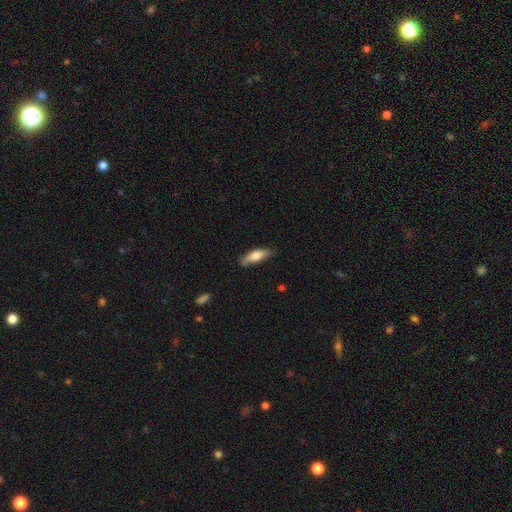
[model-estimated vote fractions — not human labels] This appears to be a smooth galaxy with no disk features (73%) that is in between round and cigar-shaped (56%). Merging: none (69%).